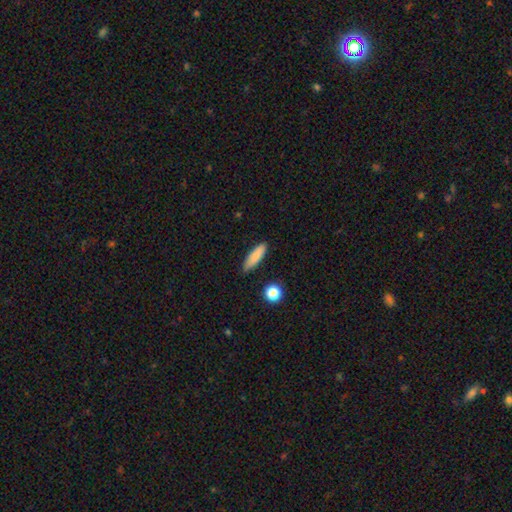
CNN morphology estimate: The model was most divided on "how rounded": cigar-shaped: 58%, in between: 39%, round: 2%. More confident: merging — none (85%); smooth or featured — smooth (82%).